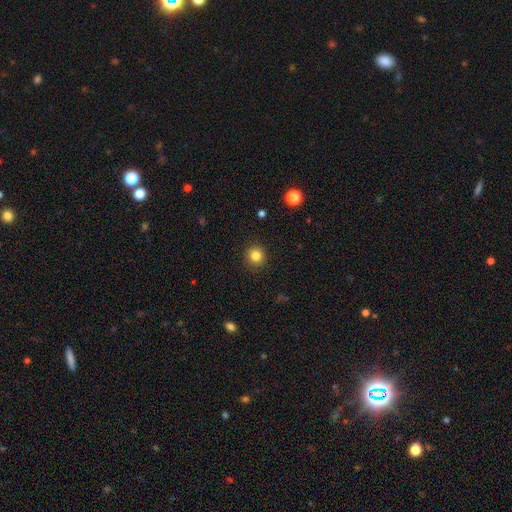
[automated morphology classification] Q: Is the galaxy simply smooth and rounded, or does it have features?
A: smooth — 83%.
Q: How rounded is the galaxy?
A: round — 92%.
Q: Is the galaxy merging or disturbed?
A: none — 91%.